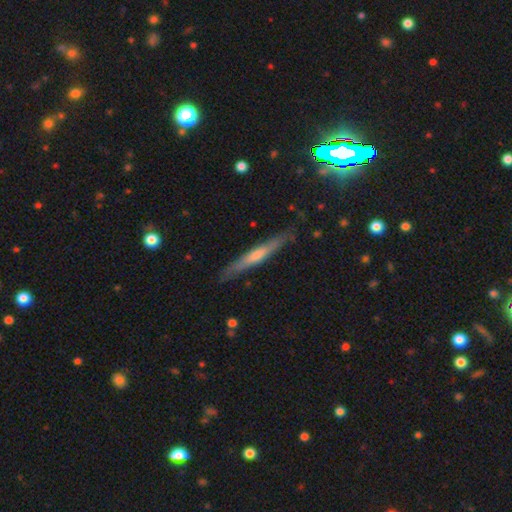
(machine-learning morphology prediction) Overall: featured or disk (59%; smooth 33%). Edge-on disk: yes (95%). Edge-on bulge: rounded (54%; none 36%). Merging: none (86%).